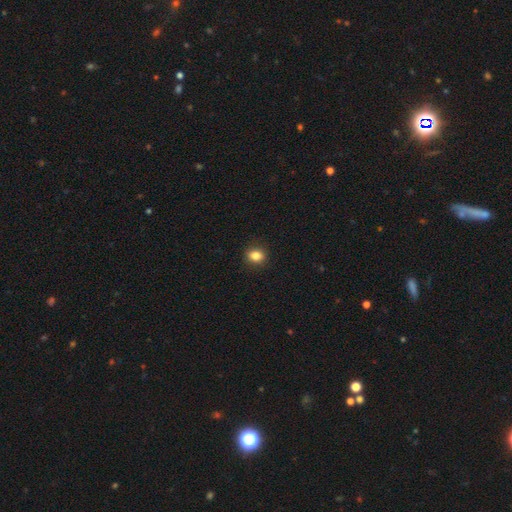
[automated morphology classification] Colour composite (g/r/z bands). It shows a smooth galaxy with no disk features (84%) that is round (53%). Merging: none (89%).